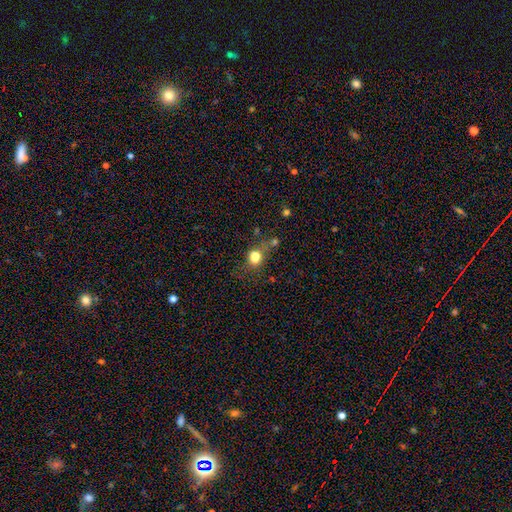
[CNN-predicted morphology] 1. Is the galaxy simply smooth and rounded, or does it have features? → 75% smooth, 15% star or artifact, 10% featured or disk.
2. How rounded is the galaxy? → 60% round, 39% in between, 2% cigar-shaped.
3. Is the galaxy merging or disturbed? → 47% none, 21% minor disturbance, 19% merger, 14% major disturbance.